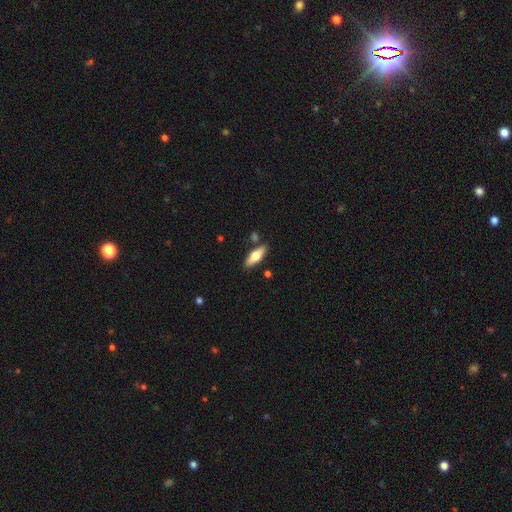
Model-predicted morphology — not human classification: Smooth or featured? smooth (57%)
How rounded? in between (53%)
Merging? none (82%)